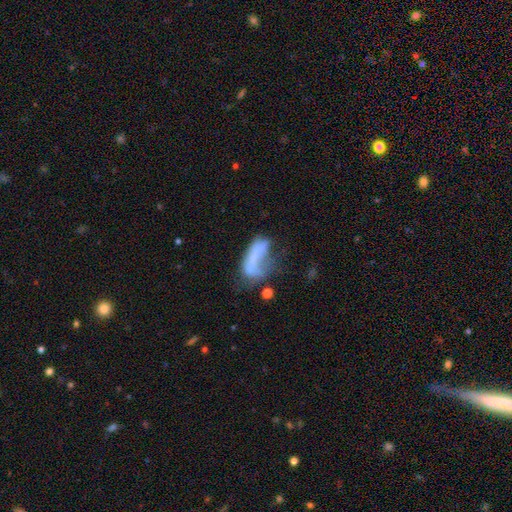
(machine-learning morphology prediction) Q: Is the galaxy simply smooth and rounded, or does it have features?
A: smooth — 47%.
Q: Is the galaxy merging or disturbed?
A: major disturbance — 41%.